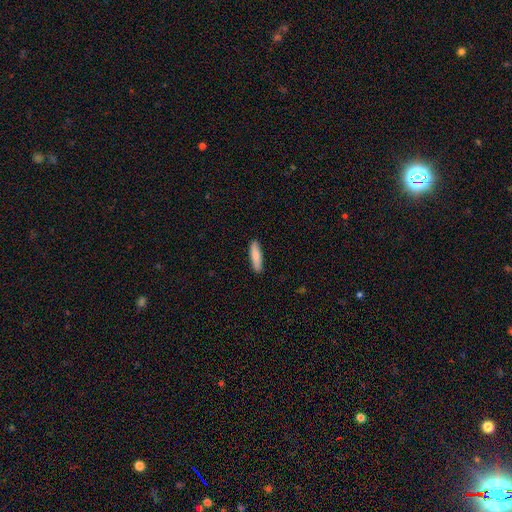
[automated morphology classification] Smooth or featured? Predicted: smooth (p=0.85). How rounded? Predicted: cigar-shaped (p=0.71). Merging? Predicted: none (p=0.90).